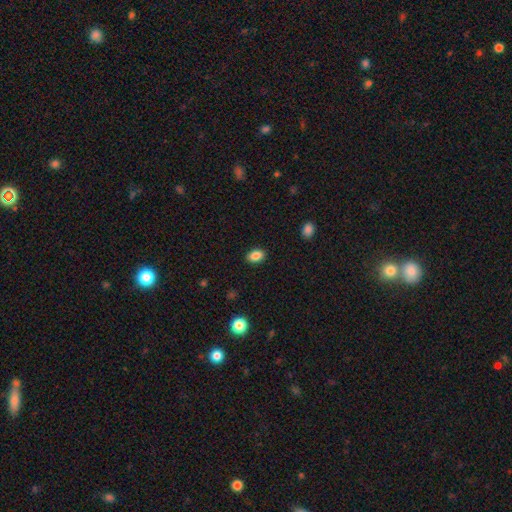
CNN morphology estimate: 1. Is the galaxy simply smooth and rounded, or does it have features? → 87% smooth, 9% star or artifact, 4% featured or disk.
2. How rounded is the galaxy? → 84% in between, 14% round, 1% cigar-shaped.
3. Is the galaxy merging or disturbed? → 88% none, 8% minor disturbance, 2% major disturbance, 1% merger.